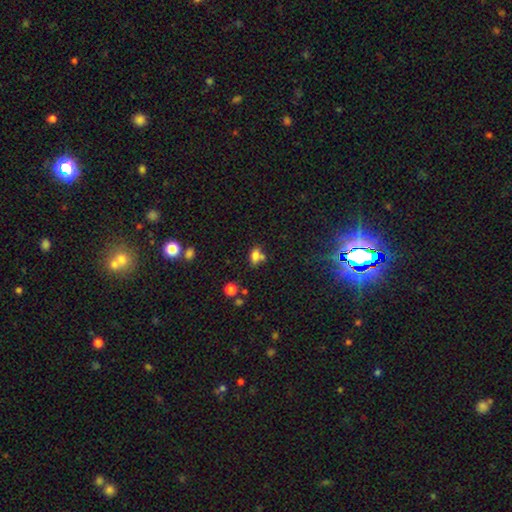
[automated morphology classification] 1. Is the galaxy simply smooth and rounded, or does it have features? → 76% smooth, 13% star or artifact, 11% featured or disk.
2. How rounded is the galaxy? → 77% in between, 20% round, 4% cigar-shaped.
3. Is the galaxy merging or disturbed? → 49% none, 31% merger, 15% minor disturbance, 5% major disturbance.